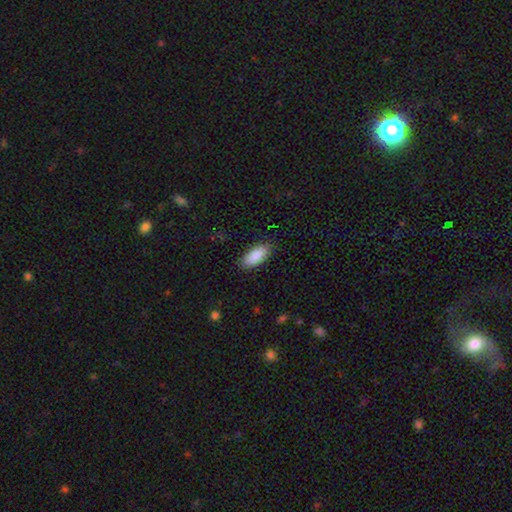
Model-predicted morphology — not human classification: This is clearly a smooth galaxy (89%). How rounded: clearly in between (87%). Merging: clearly none (86%).